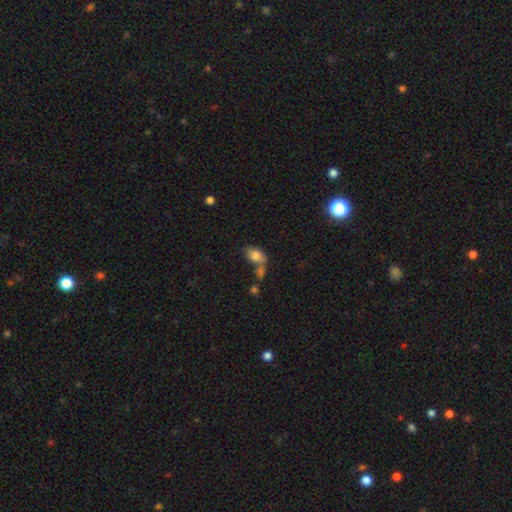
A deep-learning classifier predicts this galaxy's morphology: A smooth galaxy with no disk features (80%) that is in between round and cigar-shaped (82%).

Vote fractions:
- Smooth or featured? smooth: 80% / featured or disk: 11% / star or artifact: 9%
- How rounded? in between: 82% / round: 16% / cigar-shaped: 2%
- Merging? merger: 44% / none: 35% / minor disturbance: 14% / major disturbance: 7%